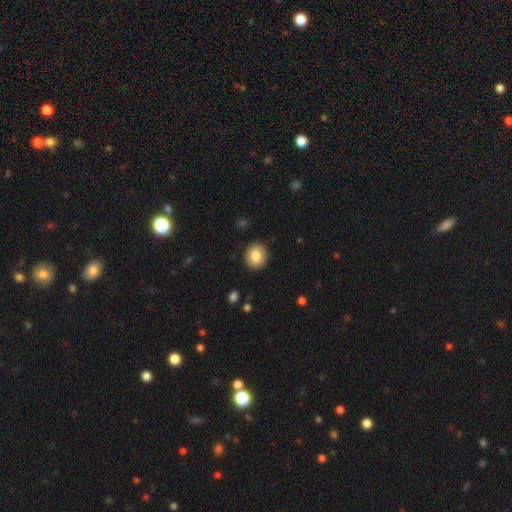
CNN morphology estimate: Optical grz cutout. It shows a smooth galaxy with no disk features (84%) that is round (74%). Merging: none (90%).